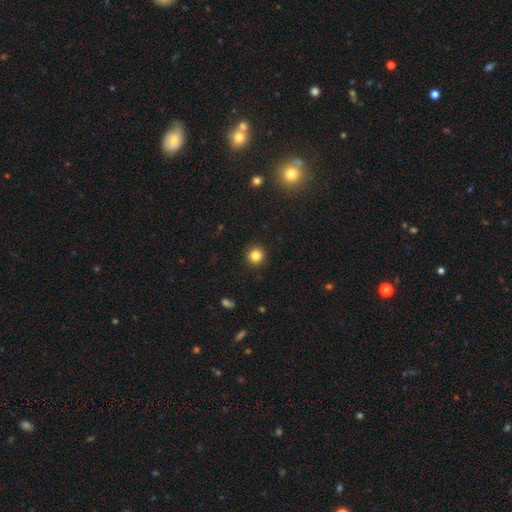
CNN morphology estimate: Smooth or featured? Predicted: smooth (p=0.83). How rounded? Predicted: round (p=0.95). Merging? Predicted: none (p=0.93).